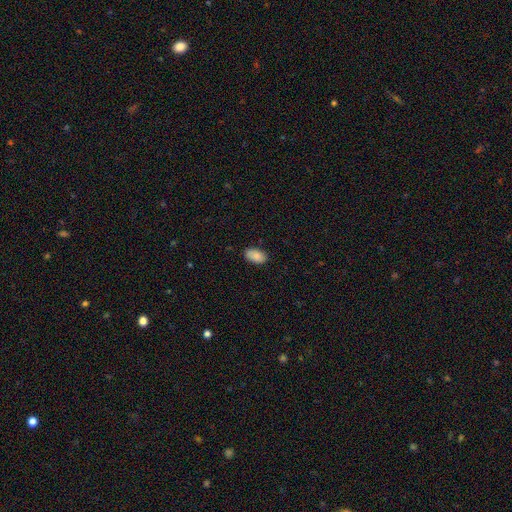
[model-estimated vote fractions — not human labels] smooth-or-featured: smooth: 86% | featured or disk: 7% | star or artifact: 7%
  how-rounded: in between: 94% | round: 4% | cigar-shaped: 2%
  merging: none: 85% | minor disturbance: 12% | major disturbance: 2% | merger: 1%